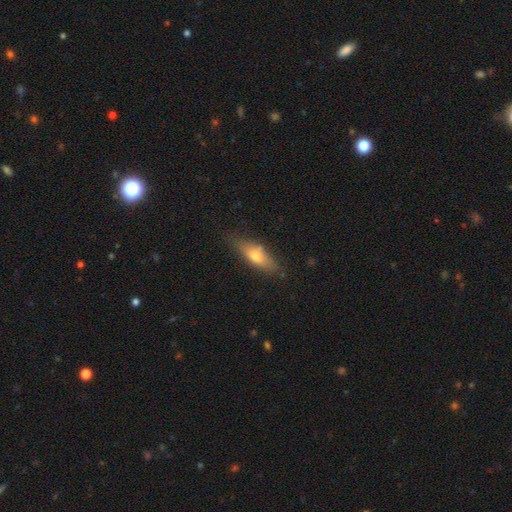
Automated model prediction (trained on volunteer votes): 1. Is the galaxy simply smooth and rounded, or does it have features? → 61% smooth, 32% featured or disk, 7% star or artifact.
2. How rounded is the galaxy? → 52% in between, 44% cigar-shaped, 3% round.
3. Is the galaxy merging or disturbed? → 77% none, 17% minor disturbance, 4% major disturbance, 2% merger.